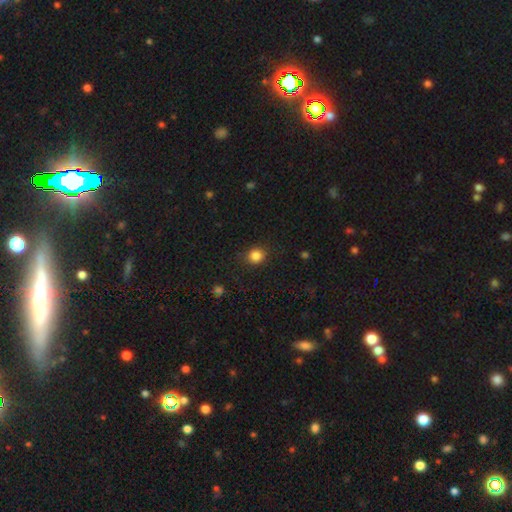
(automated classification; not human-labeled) Smooth or featured?
  - smooth: 84% *
  - star or artifact: 11%
  - featured or disk: 4%
How rounded?
  - round: 83% *
  - in between: 16%
  - cigar-shaped: 1%
Merging?
  - none: 87% *
  - minor disturbance: 9%
  - major disturbance: 3%
  - merger: 1%